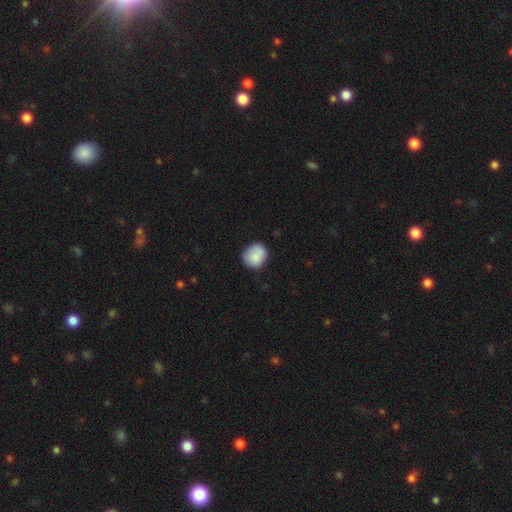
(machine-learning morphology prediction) Smooth or featured?
  - smooth: 86% *
  - star or artifact: 7%
  - featured or disk: 7%
How rounded?
  - round: 75% *
  - in between: 24%
  - cigar-shaped: 1%
Merging?
  - none: 75% *
  - minor disturbance: 20%
  - major disturbance: 4%
  - merger: 2%